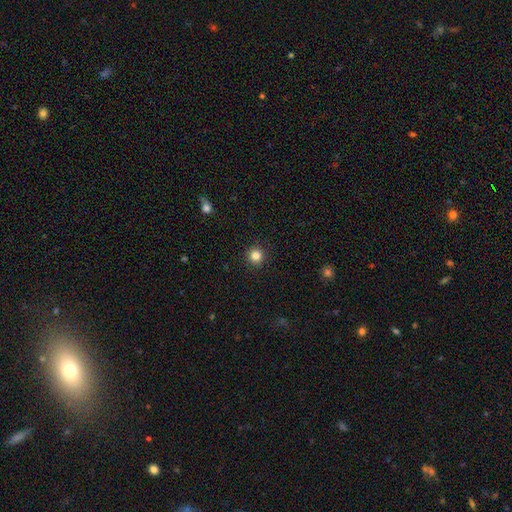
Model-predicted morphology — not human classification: Q: Smooth or featured?
A: smooth (84%); runner-up: star or artifact (12%)
Q: How rounded?
A: round (95%); runner-up: in between (4%)
Q: Merging?
A: none (93%); runner-up: minor disturbance (5%)